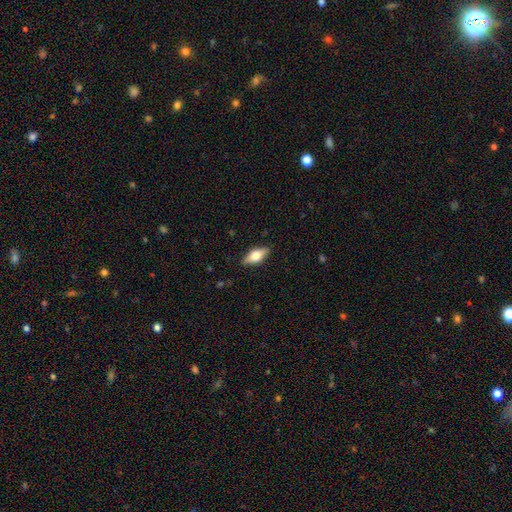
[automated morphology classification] smooth-or-featured: smooth: 51% | featured or disk: 42% | star or artifact: 7%
  how-rounded: in between: 76% | cigar-shaped: 20% | round: 4%
  merging: none: 87% | minor disturbance: 10% | major disturbance: 2% | merger: 1%